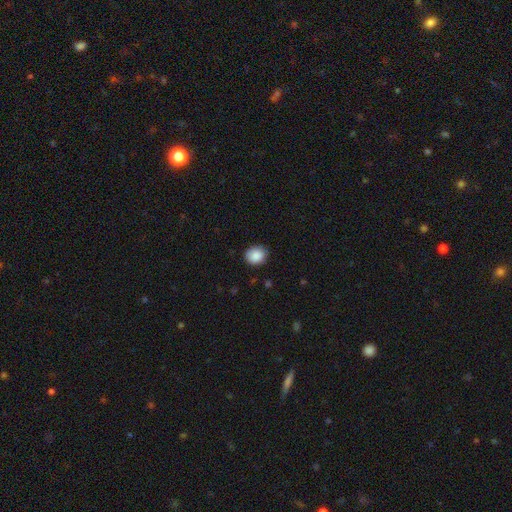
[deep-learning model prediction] Smooth or featured?
  - smooth: 89% *
  - star or artifact: 8%
  - featured or disk: 3%
How rounded?
  - round: 65% *
  - in between: 34%
  - cigar-shaped: 1%
Merging?
  - none: 84% *
  - minor disturbance: 13%
  - major disturbance: 2%
  - merger: 1%